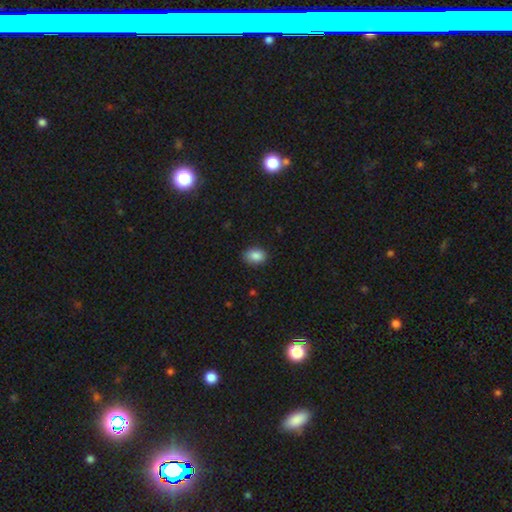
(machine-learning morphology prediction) Smooth or featured? smooth (88%)
How rounded? in between (79%)
Merging? none (84%)